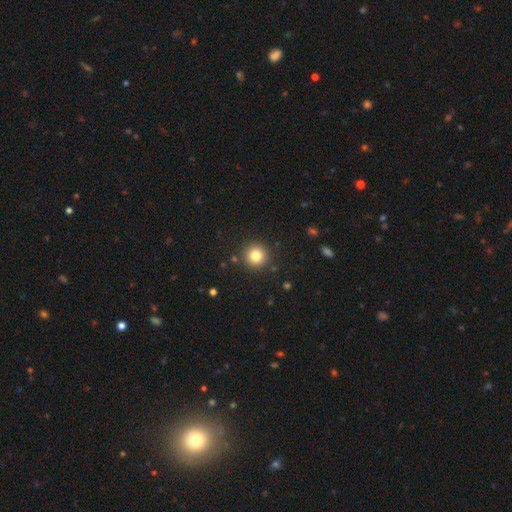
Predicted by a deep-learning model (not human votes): Smooth or featured: smooth — 80% (star or artifact — 12%)
How rounded: round — 95% (in between — 4%)
Merging: none — 90% (minor disturbance — 6%)